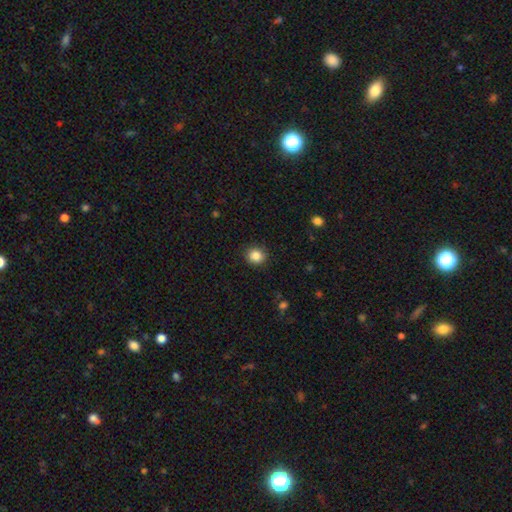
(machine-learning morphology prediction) Smooth or featured?
  - smooth: 86% *
  - star or artifact: 10%
  - featured or disk: 4%
How rounded?
  - round: 86% *
  - in between: 13%
  - cigar-shaped: 1%
Merging?
  - none: 89% *
  - minor disturbance: 8%
  - major disturbance: 2%
  - merger: 1%